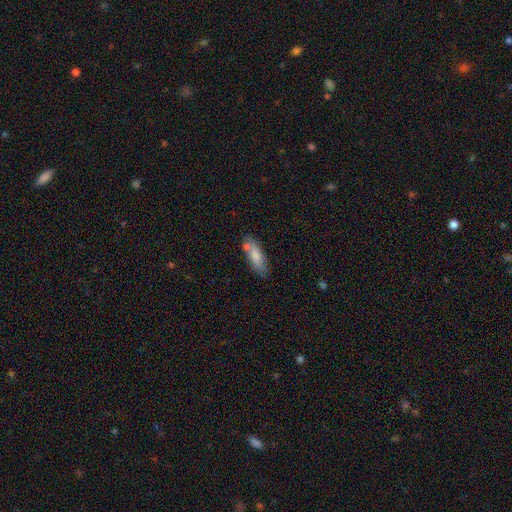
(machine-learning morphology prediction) Overall: smooth (78%). How rounded: in between (63%; cigar-shaped 35%). Merging: none (67%).